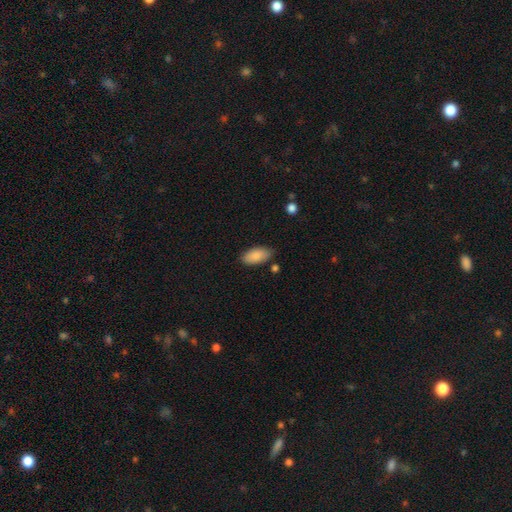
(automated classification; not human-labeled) smooth 87%, featured or disk 7%, star or artifact 6%. Down the decision tree: how rounded — in between (93%); merging — none (80%).